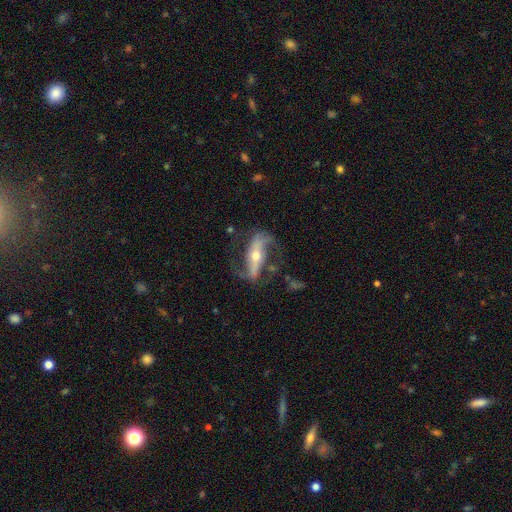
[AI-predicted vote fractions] Overall: featured or disk (86%). Edge-on disk: no (86%). Bar: strong (61%). Spiral arms: yes (93%). Spiral arm count: 2 (91%). Spiral winding: loose (49%; medium 38%). Bulge size: moderate (56%; small 39%). Merging: none (67%).